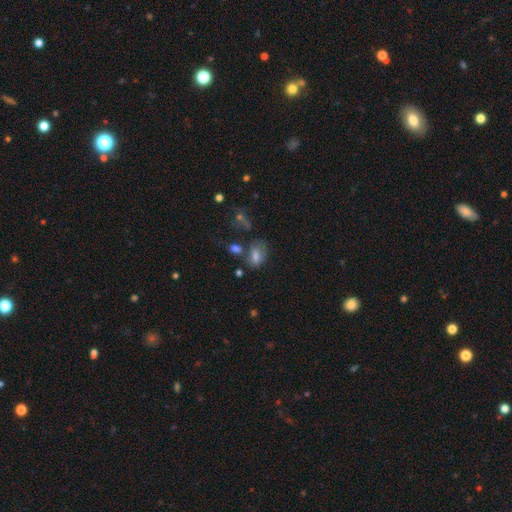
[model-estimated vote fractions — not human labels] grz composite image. It shows a smooth galaxy with no disk features (68%) that is in between round and cigar-shaped (82%). Merging: none (48%).